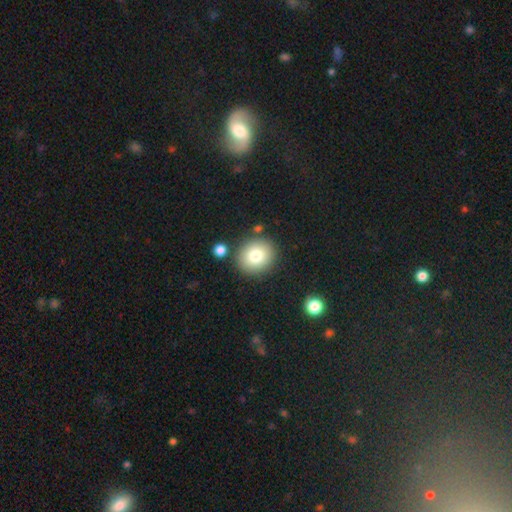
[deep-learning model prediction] Smooth or featured: smooth — 80% (featured or disk — 10%)
How rounded: round — 84% (in between — 15%)
Merging: none — 85% (minor disturbance — 8%)